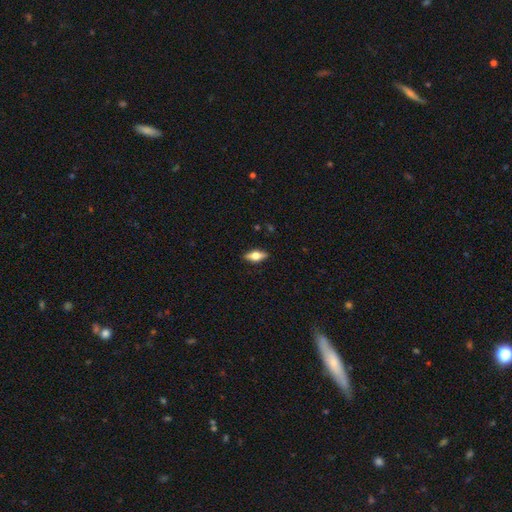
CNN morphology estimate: A smooth galaxy with no disk features (48%).

Vote fractions:
- Smooth or featured? smooth: 48% / featured or disk: 45% / star or artifact: 7%
- Merging? none: 89% / minor disturbance: 8% / major disturbance: 2% / merger: 1%